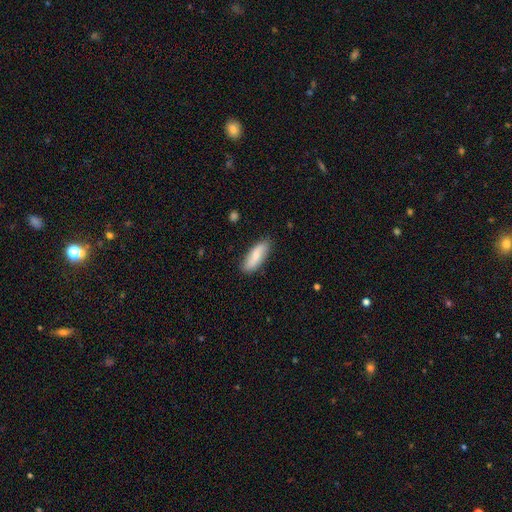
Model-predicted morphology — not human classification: Smooth or featured?
  - smooth: 71% *
  - featured or disk: 24%
  - star or artifact: 6%
How rounded?
  - in between: 71% *
  - cigar-shaped: 26%
  - round: 3%
Merging?
  - none: 84% *
  - minor disturbance: 12%
  - major disturbance: 2%
  - merger: 1%